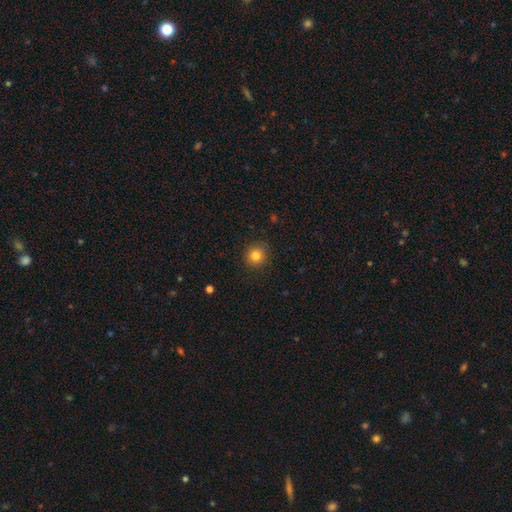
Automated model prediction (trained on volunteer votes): Overall: smooth (82%). How rounded: round (92%). Merging: none (90%).